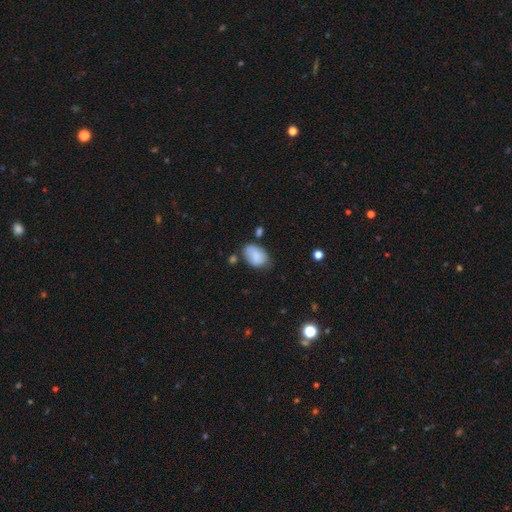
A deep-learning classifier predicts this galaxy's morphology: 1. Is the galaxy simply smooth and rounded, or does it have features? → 82% smooth, 10% featured or disk, 8% star or artifact.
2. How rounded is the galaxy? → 84% in between, 15% round, 1% cigar-shaped.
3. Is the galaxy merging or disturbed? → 58% none, 29% minor disturbance, 7% major disturbance, 6% merger.